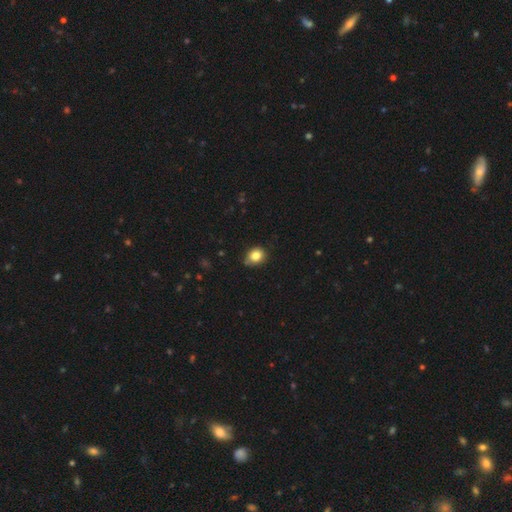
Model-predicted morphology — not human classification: Smooth or featured? Predicted: smooth (p=0.83). How rounded? Predicted: round (p=0.66). Merging? Predicted: none (p=0.74).